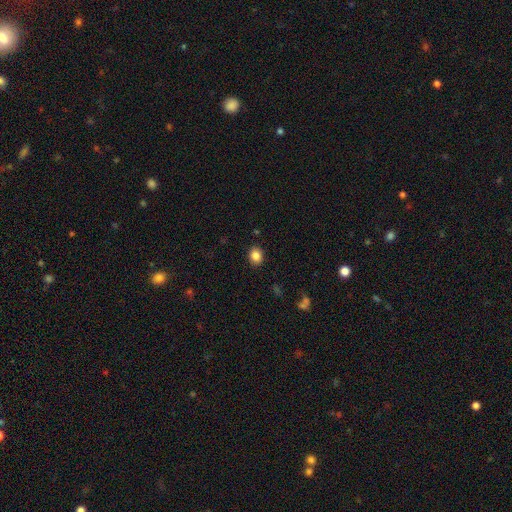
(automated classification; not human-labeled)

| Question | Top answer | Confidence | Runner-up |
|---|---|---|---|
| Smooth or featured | smooth | 86% | star or artifact (10%) |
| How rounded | round | 53% | in between (46%) |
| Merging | none | 89% | minor disturbance (8%) |